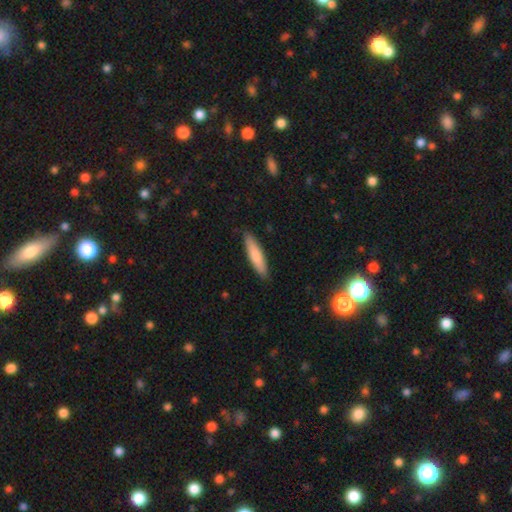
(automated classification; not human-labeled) Overall: smooth (79%). How rounded: cigar-shaped (79%). Merging: none (88%).